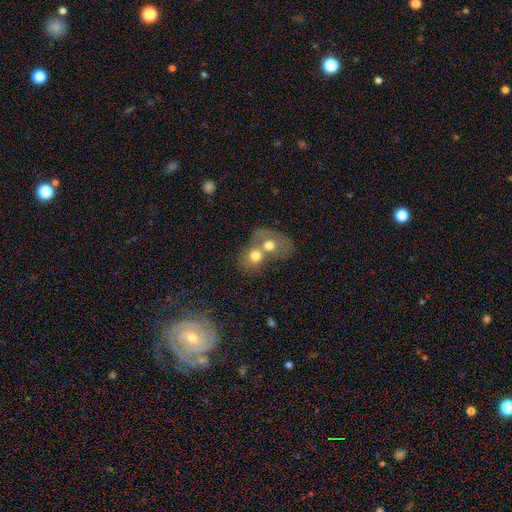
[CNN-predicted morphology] A smooth galaxy with no disk features (66%) that is round (57%). Merging: merger (71%).